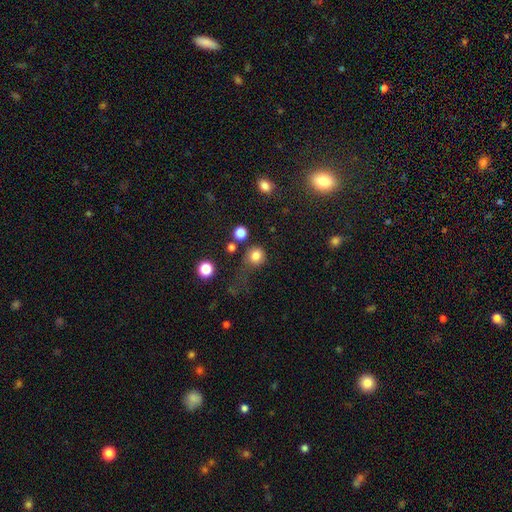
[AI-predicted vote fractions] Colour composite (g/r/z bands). It shows a smooth galaxy with no disk features (82%) that is round (88%). Merging: none (62%).